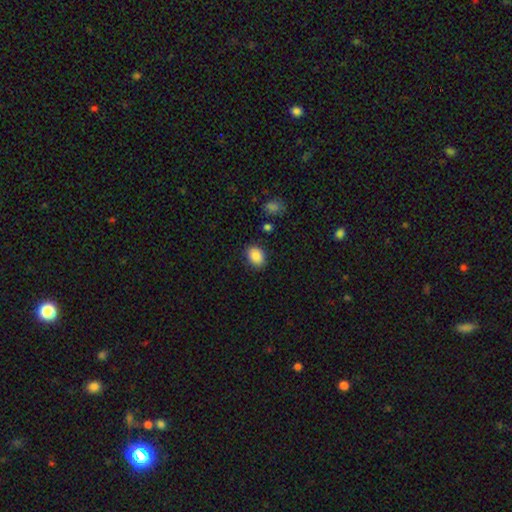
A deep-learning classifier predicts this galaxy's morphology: Overall: smooth (88%). How rounded: in between (60%; round 39%). Merging: none (85%).